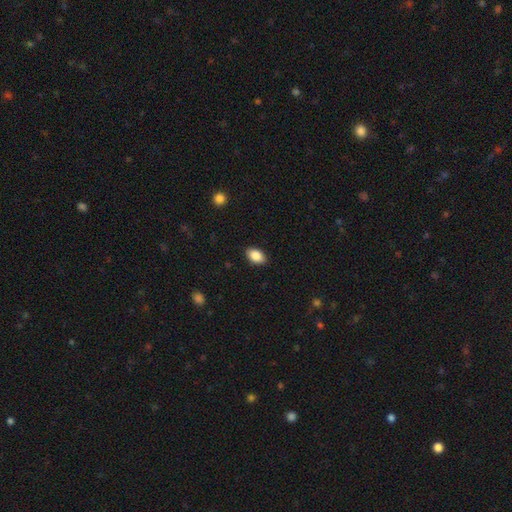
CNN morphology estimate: smooth 88%, star or artifact 8%, featured or disk 5%. Down the decision tree: how rounded — in between (90%); merging — none (88%).